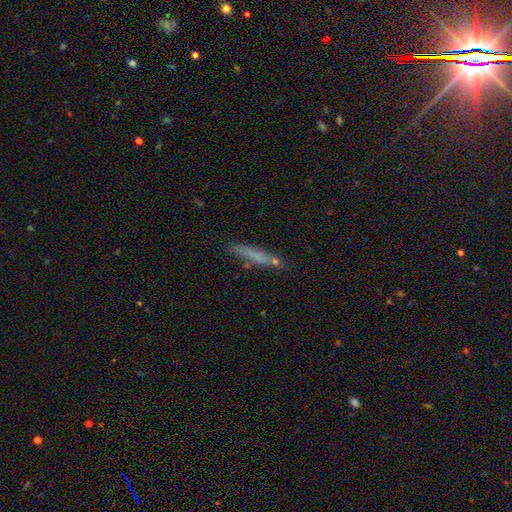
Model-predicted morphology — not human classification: Q: Smooth or featured?
A: smooth (65%); runner-up: featured or disk (26%)
Q: How rounded?
A: cigar-shaped (93%); runner-up: in between (6%)
Q: Merging?
A: none (74%); runner-up: minor disturbance (16%)